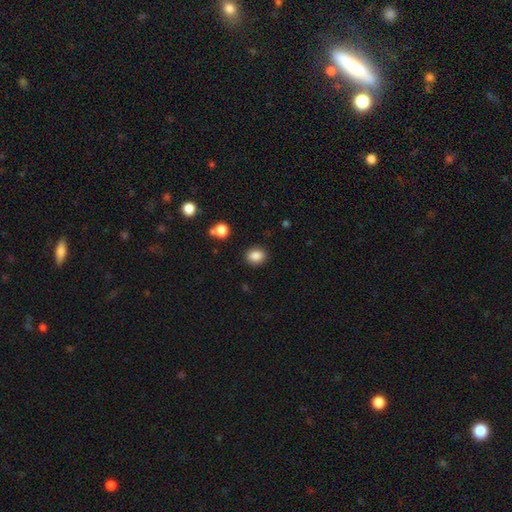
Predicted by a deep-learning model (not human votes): Smooth or featured? Predicted: smooth (p=0.86). How rounded? Predicted: round (p=0.53). Merging? Predicted: none (p=0.87).